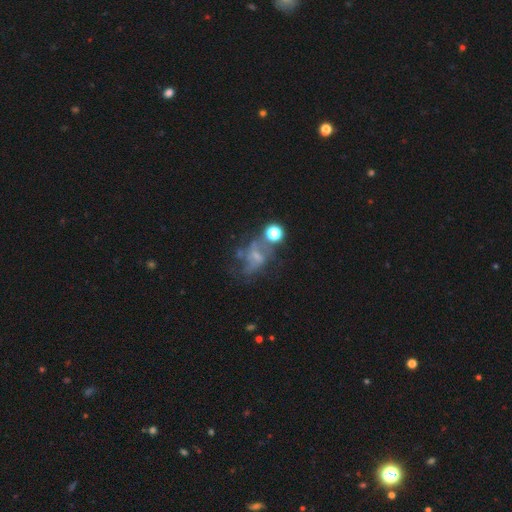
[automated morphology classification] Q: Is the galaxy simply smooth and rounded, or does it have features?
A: featured or disk — 55%.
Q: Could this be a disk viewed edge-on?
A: no — 96%.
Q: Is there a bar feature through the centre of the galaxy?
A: no — 54%.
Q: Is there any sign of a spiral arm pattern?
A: yes — 53%.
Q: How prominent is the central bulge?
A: small — 49%.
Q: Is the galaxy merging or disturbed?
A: none — 33%.